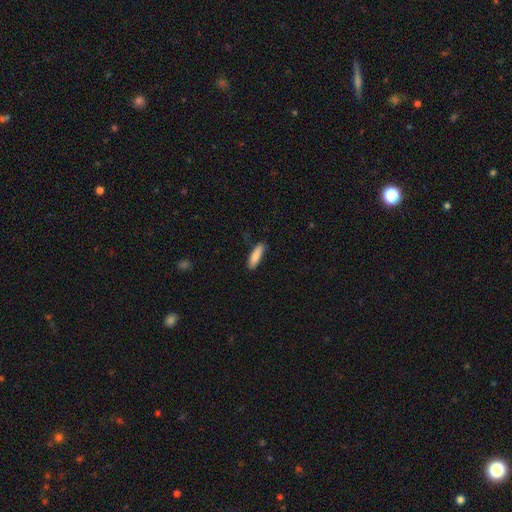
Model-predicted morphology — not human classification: A smooth galaxy with no disk features (86%) that is cigar-shaped (60%).

Vote fractions:
- Smooth or featured? smooth: 86% / featured or disk: 8% / star or artifact: 6%
- How rounded? cigar-shaped: 60% / in between: 38% / round: 2%
- Merging? none: 82% / minor disturbance: 14% / major disturbance: 3% / merger: 1%